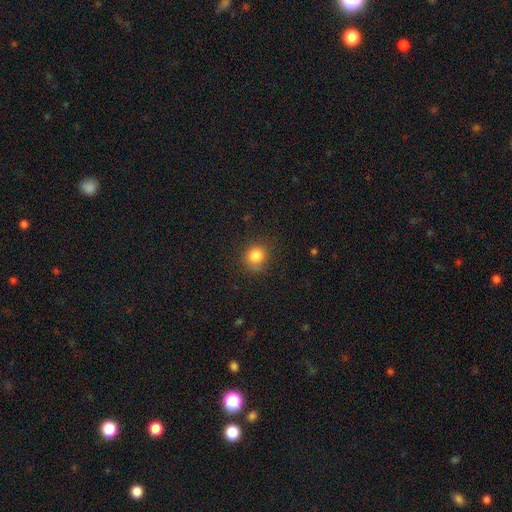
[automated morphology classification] smooth 83%, star or artifact 11%, featured or disk 6%. Down the decision tree: how rounded — round (86%); merging — none (76%).